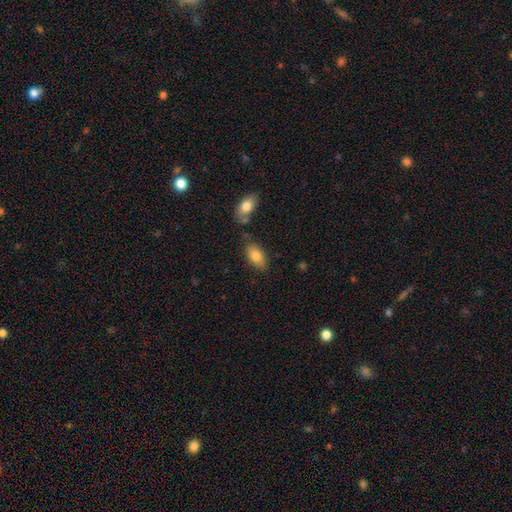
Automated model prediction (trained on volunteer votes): This is clearly a smooth galaxy (81%). How rounded: clearly in between (93%). Merging: likely none (73%).